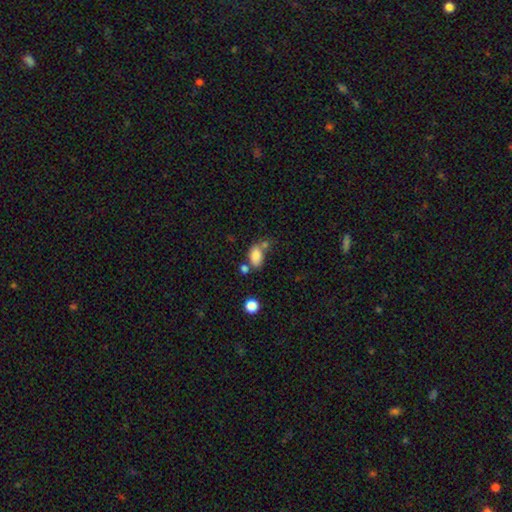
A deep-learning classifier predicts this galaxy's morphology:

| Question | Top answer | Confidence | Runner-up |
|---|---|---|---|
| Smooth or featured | smooth | 82% | star or artifact (10%) |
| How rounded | in between | 88% | round (9%) |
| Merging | none | 47% | merger (29%) |